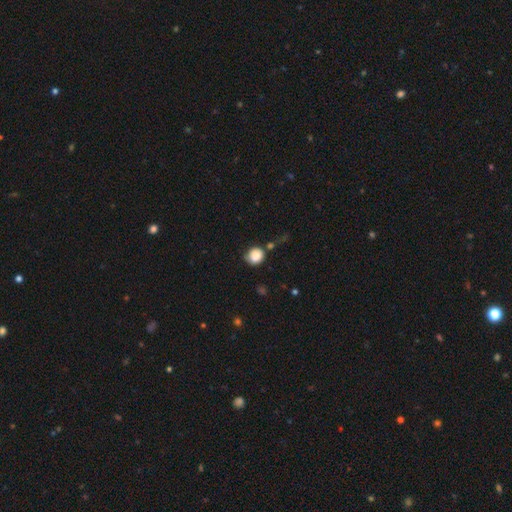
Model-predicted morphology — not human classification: smooth-or-featured: smooth: 86% | star or artifact: 9% | featured or disk: 5%
  how-rounded: round: 83% | in between: 16% | cigar-shaped: 1%
  merging: none: 63% | minor disturbance: 22% | merger: 8% | major disturbance: 7%